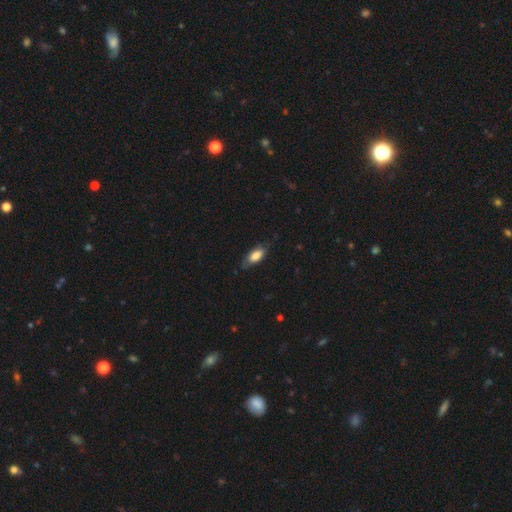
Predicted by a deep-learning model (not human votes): smooth_or_featured: smooth (p=0.76) [alt: featured or disk p=0.18]
how_rounded: in between (p=0.84) [alt: cigar-shaped p=0.13]
merging: none (p=0.69) [alt: minor disturbance p=0.24]